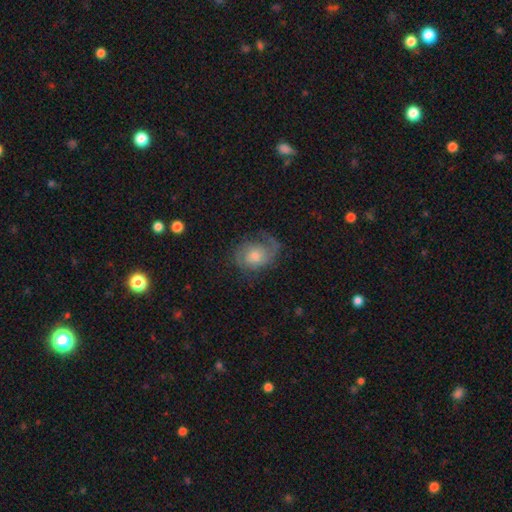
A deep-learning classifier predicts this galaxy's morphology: Smooth or featured: featured or disk — 73% (smooth — 20%)
Edge-on disk: no — 97% (yes — 3%)
Bar: no — 71% (weak — 25%)
Spiral arms: yes — 93% (no — 7%)
Spiral winding: medium — 44% (tight — 32%)
Spiral arm count: 2 — 59% (1 — 21%)
Bulge size: moderate — 51% (small — 35%)
Merging: none — 63% (minor disturbance — 20%)